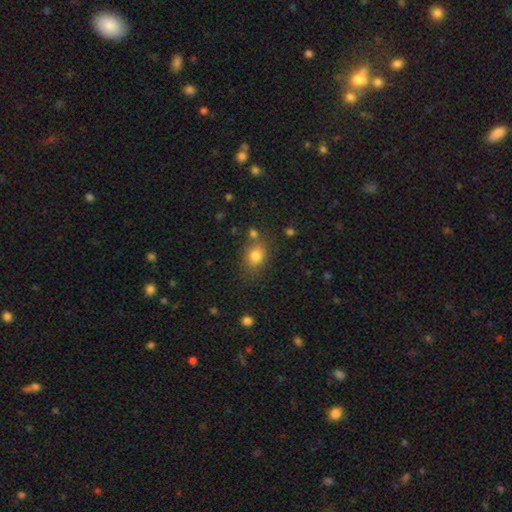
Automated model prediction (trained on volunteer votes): smooth 79%, star or artifact 12%, featured or disk 8%. Down the decision tree: how rounded — round (52%); merging — none (68%).